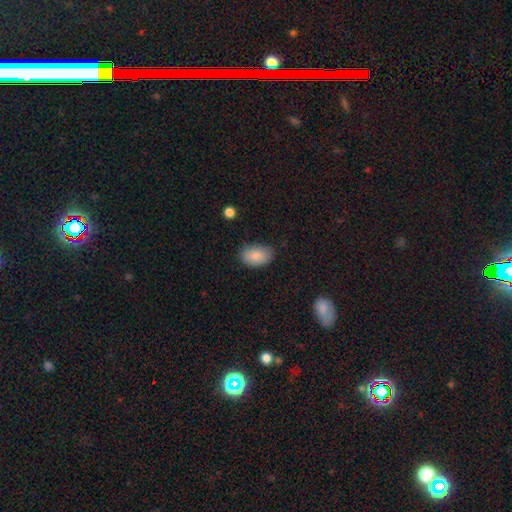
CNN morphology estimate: The model was most divided on "merging": none: 79%, minor disturbance: 16%, major disturbance: 3%, merger: 1%. More confident: how rounded — in between (91%); smooth or featured — smooth (85%).